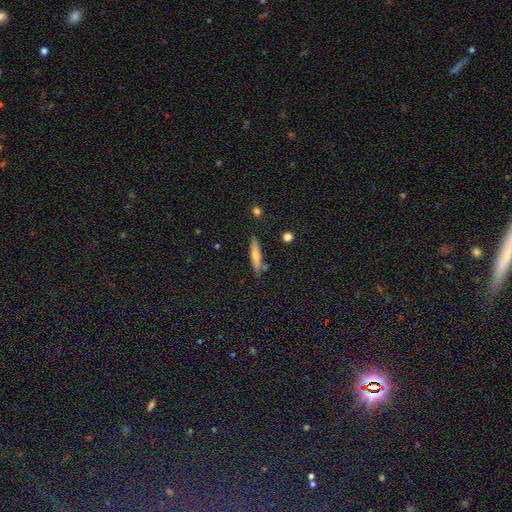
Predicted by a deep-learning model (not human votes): This is likely a smooth galaxy (64%). How rounded: clearly cigar-shaped (84%). Merging: clearly none (81%).